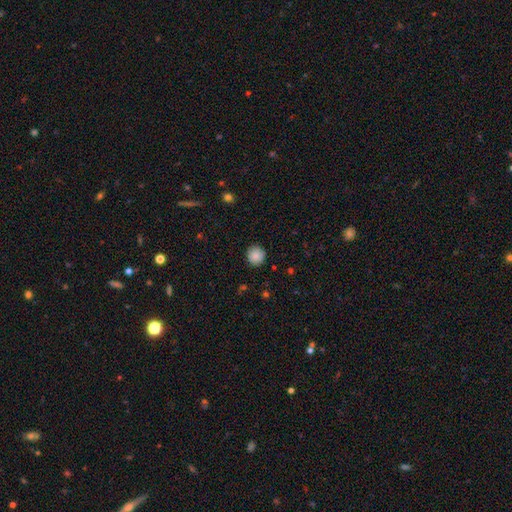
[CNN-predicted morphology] This appears to be a smooth galaxy with no disk features (87%) that is round (93%). Merging: none (89%).